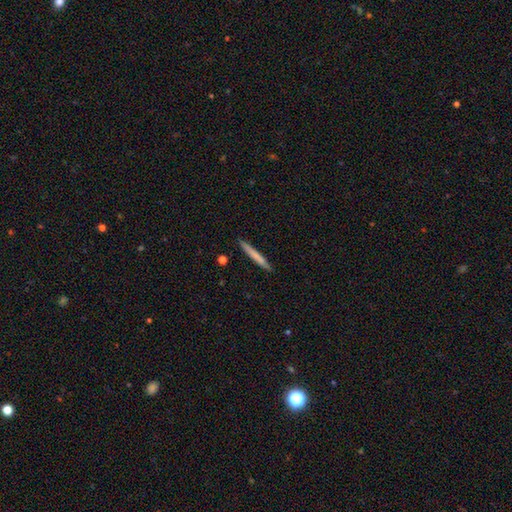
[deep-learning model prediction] This is likely a smooth galaxy (68%). How rounded: clearly cigar-shaped (97%). Merging: clearly none (91%).